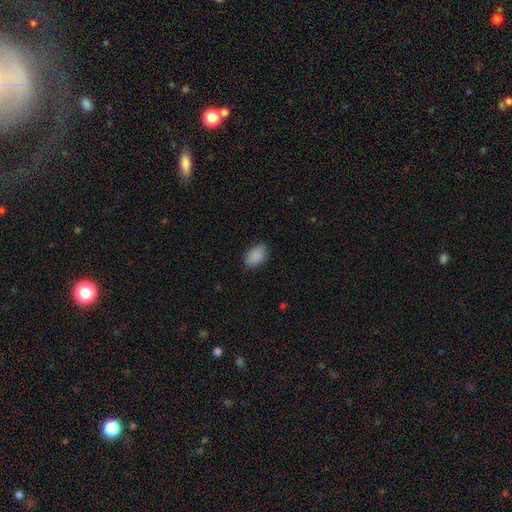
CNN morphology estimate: Smooth or featured: smooth — 89% (star or artifact — 7%)
How rounded: in between — 90% (round — 9%)
Merging: none — 83% (minor disturbance — 13%)